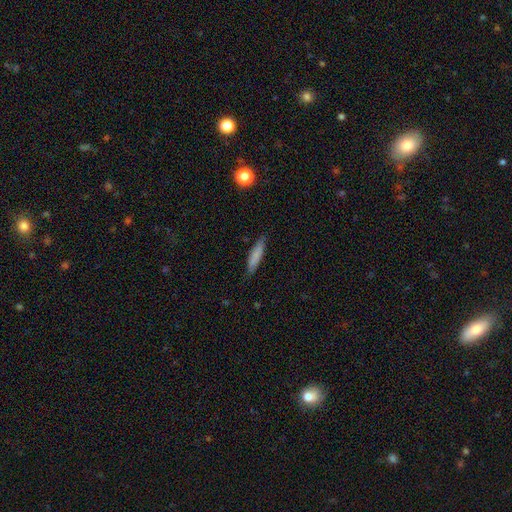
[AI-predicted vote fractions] The model was most divided on "smooth or featured": smooth: 78%, featured or disk: 16%, star or artifact: 7%. More confident: merging — none (82%); how rounded — cigar-shaped (80%).